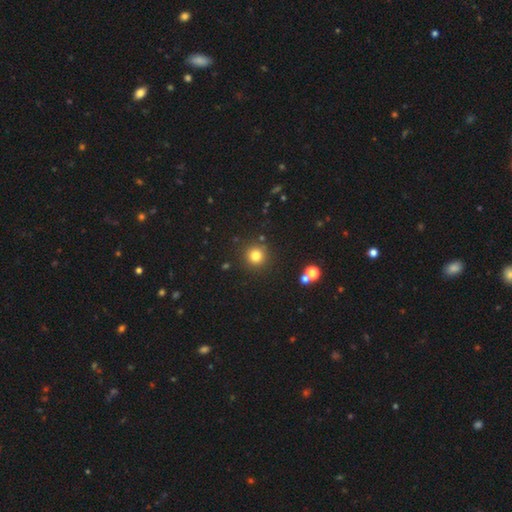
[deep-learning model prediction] Smooth or featured?
  - smooth: 80% *
  - star or artifact: 14%
  - featured or disk: 6%
How rounded?
  - round: 95% *
  - in between: 4%
  - cigar-shaped: 1%
Merging?
  - none: 88% *
  - minor disturbance: 6%
  - merger: 3%
  - major disturbance: 3%